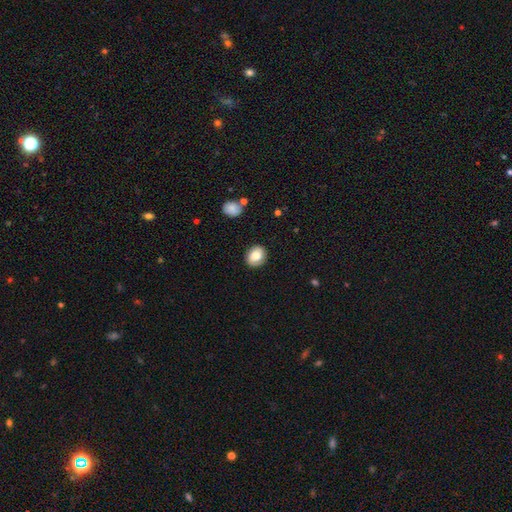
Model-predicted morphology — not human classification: This appears to be a smooth galaxy with no disk features (82%) that is round (55%). Merging: none (85%).